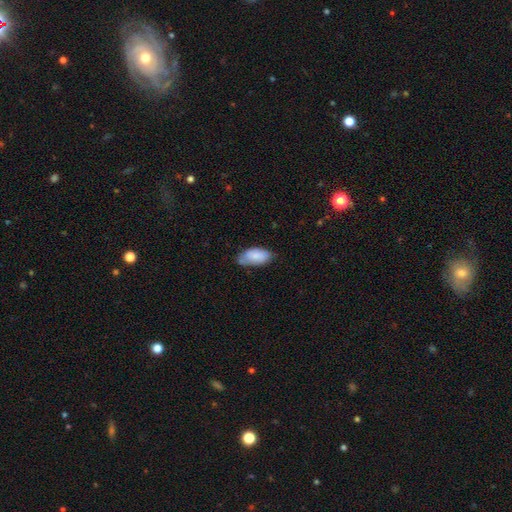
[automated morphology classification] type=smooth (76%); roundness=in between (94%); merging=none (59%).